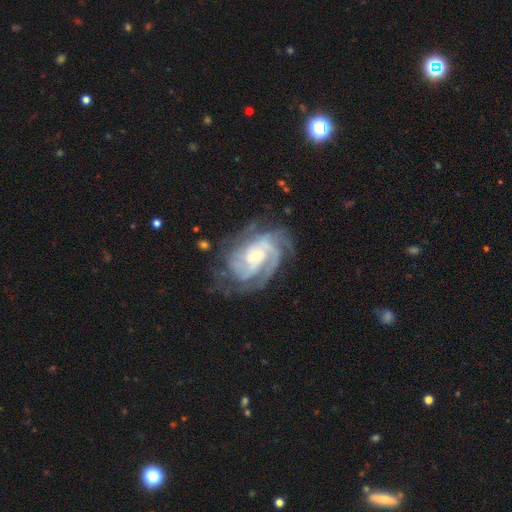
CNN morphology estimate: smooth_or_featured: featured or disk (p=0.89) [alt: smooth p=0.06]
disk_edge_on: no (p=0.97) [alt: yes p=0.03]
bar: no (p=0.58) [alt: weak p=0.33]
has_spiral_arms: yes (p=0.97) [alt: no p=0.03]
spiral_winding: tight (p=0.60) [alt: medium p=0.34]
spiral_arm_count: 3 (p=0.29) [alt: can't tell p=0.22]
bulge_size: small (p=0.49) [alt: moderate p=0.36]
merging: none (p=0.66) [alt: minor disturbance p=0.20]